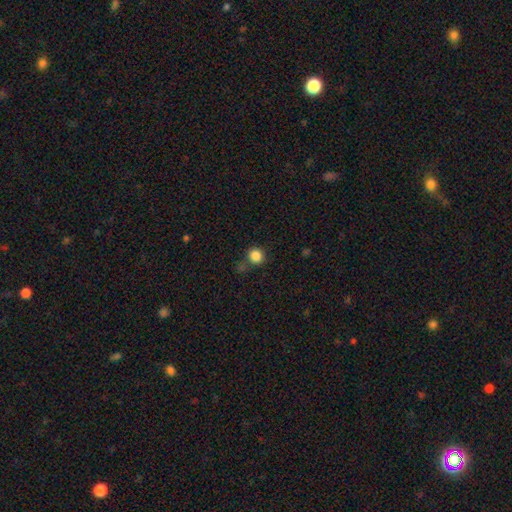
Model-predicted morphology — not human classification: smooth_or_featured: smooth (p=0.85) [alt: star or artifact p=0.11]
how_rounded: round (p=0.92) [alt: in between p=0.08]
merging: none (p=0.74) [alt: minor disturbance p=0.12]